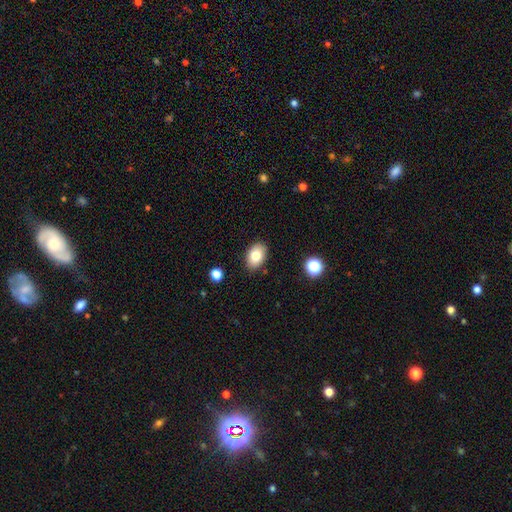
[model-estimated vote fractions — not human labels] smooth-or-featured: smooth: 81% | featured or disk: 11% | star or artifact: 8%
  how-rounded: in between: 84% | round: 15% | cigar-shaped: 1%
  merging: none: 86% | minor disturbance: 10% | major disturbance: 2% | merger: 2%